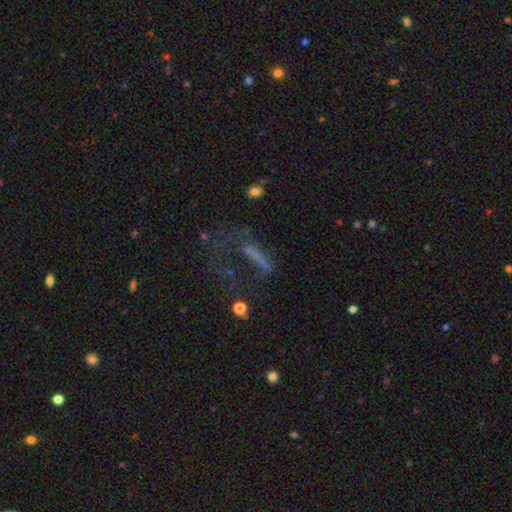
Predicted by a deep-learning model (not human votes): The model was most divided on "smooth or featured": smooth: 40%, featured or disk: 35%, star or artifact: 25%. Remaining: merging — major disturbance (47%).